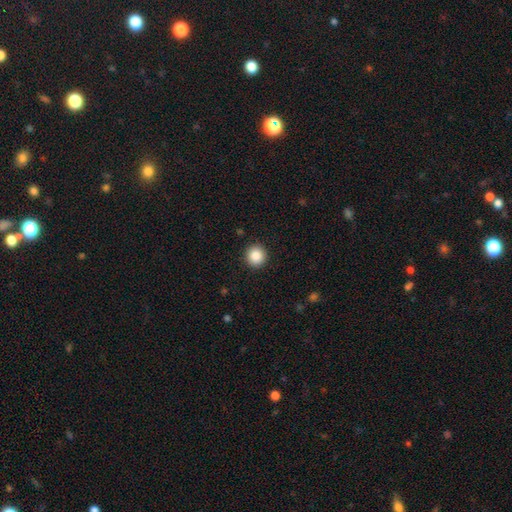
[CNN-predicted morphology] Smooth or featured? smooth (87%)
How rounded? round (93%)
Merging? none (92%)